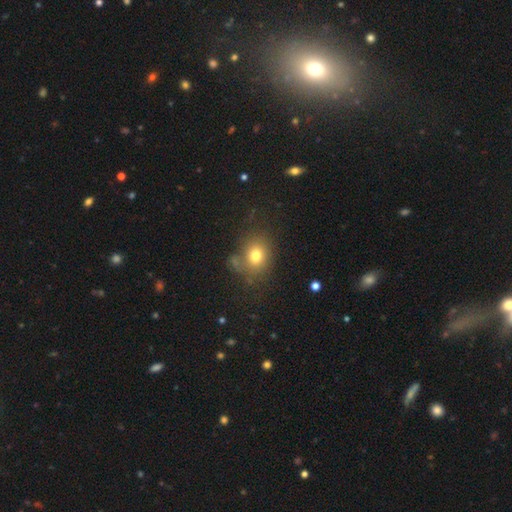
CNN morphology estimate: A smooth galaxy with no disk features (74%) that is round (62%).

Vote fractions:
- Smooth or featured? smooth: 74% / star or artifact: 14% / featured or disk: 12%
- How rounded? round: 62% / in between: 37% / cigar-shaped: 1%
- Merging? none: 67% / minor disturbance: 17% / major disturbance: 9% / merger: 7%